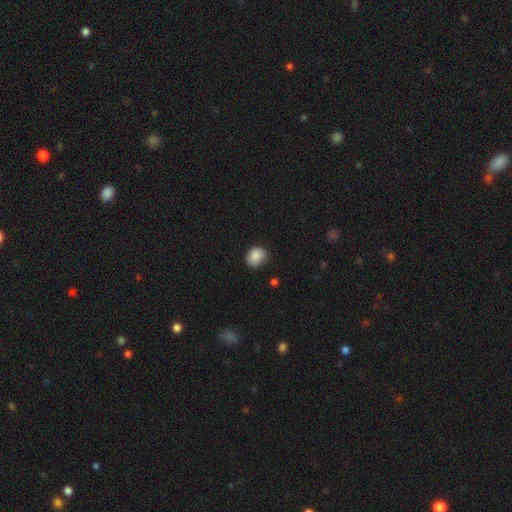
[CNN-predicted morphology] This appears to be a smooth galaxy with no disk features (85%) that is round (63%). Merging: none (80%).